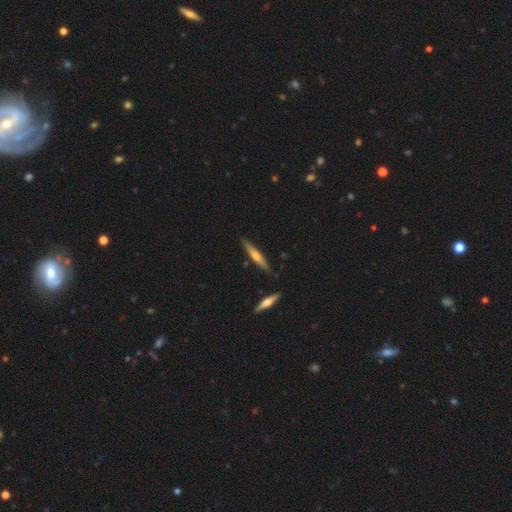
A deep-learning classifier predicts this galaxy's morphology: Smooth or featured: featured or disk — 52% (smooth — 42%)
Edge-on disk: yes — 95% (no — 5%)
Merging: none — 84% (minor disturbance — 11%)